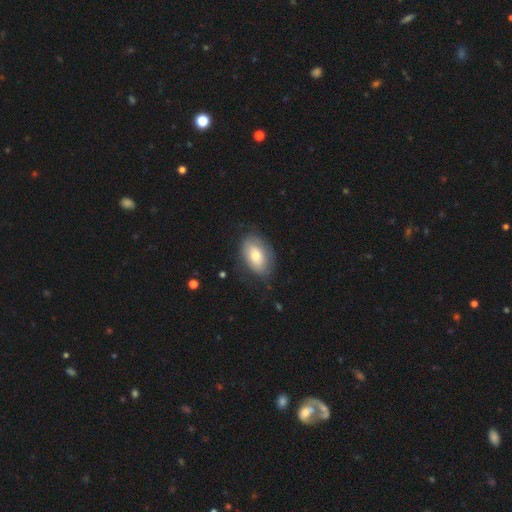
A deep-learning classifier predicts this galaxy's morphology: Q: Smooth or featured?
A: smooth (68%); runner-up: featured or disk (26%)
Q: How rounded?
A: in between (93%); runner-up: round (6%)
Q: Merging?
A: none (71%); runner-up: minor disturbance (20%)